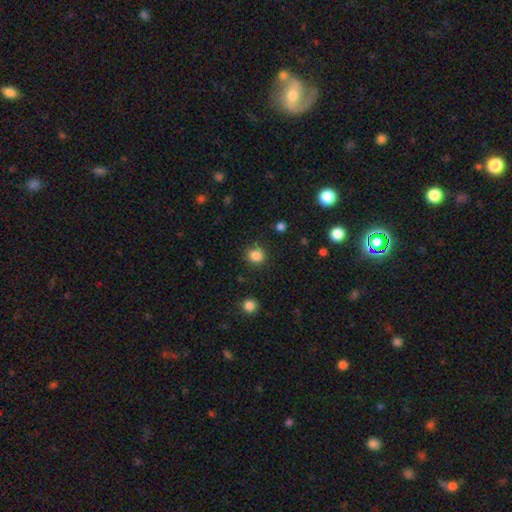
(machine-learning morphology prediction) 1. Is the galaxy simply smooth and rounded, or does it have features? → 85% smooth, 12% star or artifact, 4% featured or disk.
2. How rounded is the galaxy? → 86% round, 13% in between, 1% cigar-shaped.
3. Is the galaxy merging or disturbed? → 87% none, 8% minor disturbance, 3% major disturbance, 2% merger.